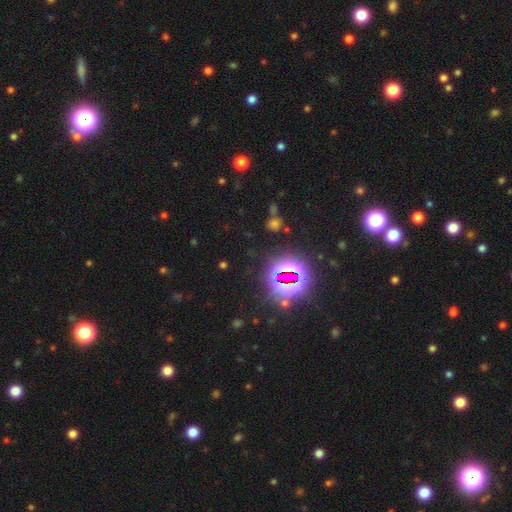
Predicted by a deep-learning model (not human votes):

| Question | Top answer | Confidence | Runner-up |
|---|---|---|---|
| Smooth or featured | star or artifact | 79% | smooth (13%) |